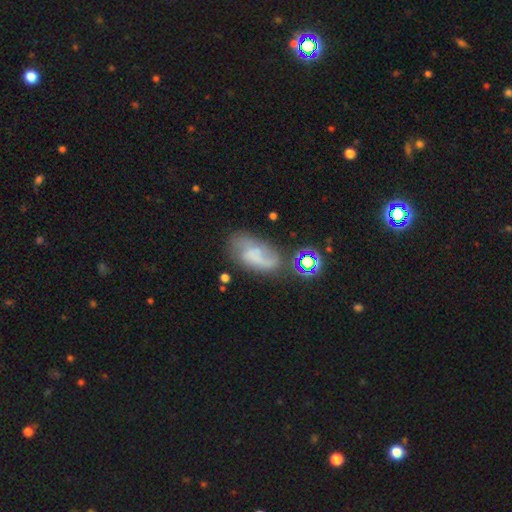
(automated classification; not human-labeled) smooth 43%, featured or disk 42%, star or artifact 15%. Down the decision tree: merging — none (43%).